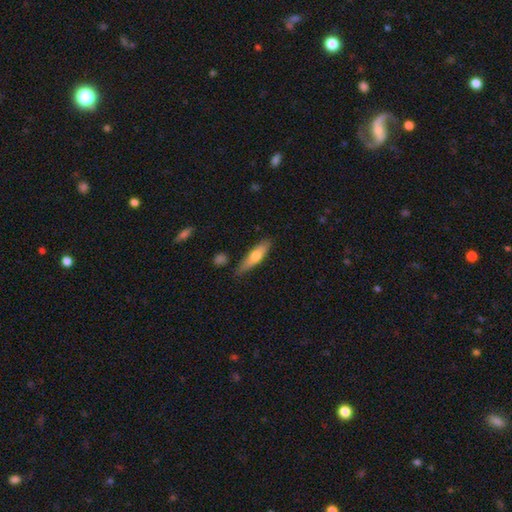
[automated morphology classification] A smooth galaxy with no disk features (60%) that is cigar-shaped (65%). Merging: none (76%).